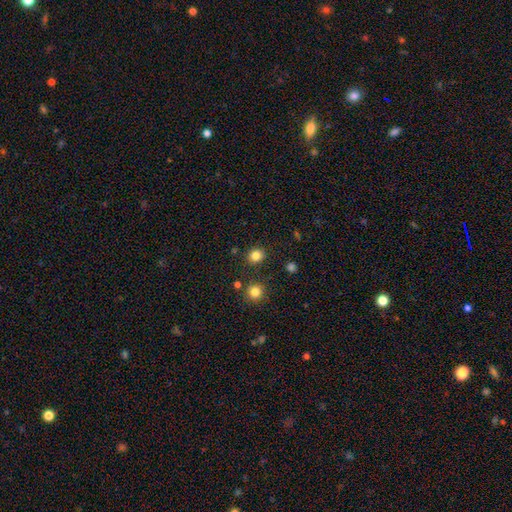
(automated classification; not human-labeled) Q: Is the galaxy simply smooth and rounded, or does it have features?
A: smooth — 83%.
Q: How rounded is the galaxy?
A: round — 80%.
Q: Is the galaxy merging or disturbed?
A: none — 87%.